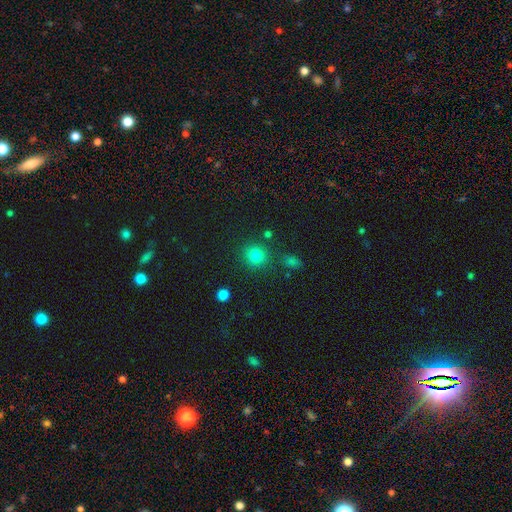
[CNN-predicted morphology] type=smooth (81%); roundness=round (88%); merging=none (82%).